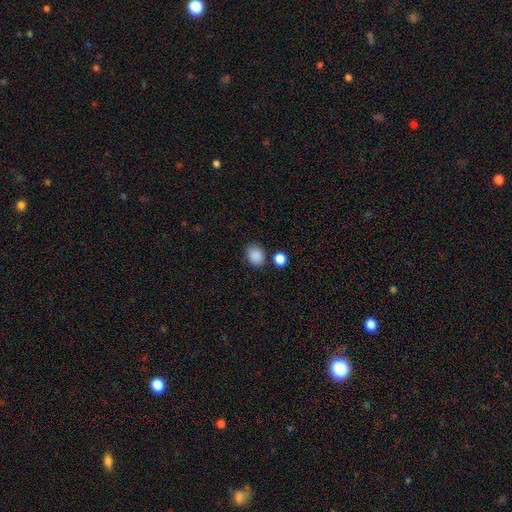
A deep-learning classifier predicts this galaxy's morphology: Overall: smooth (87%). How rounded: round (52%; in between 47%). Merging: none (78%).